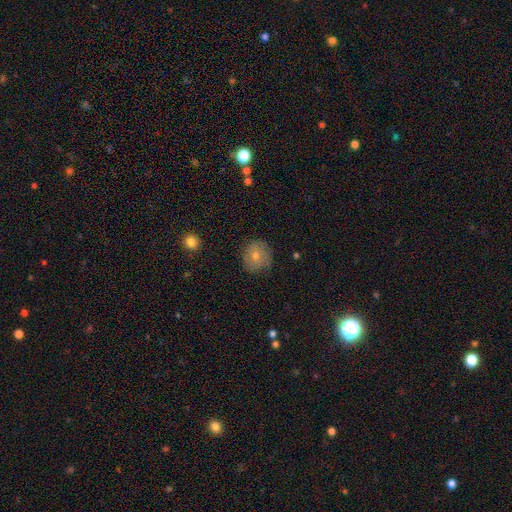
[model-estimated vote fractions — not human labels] smooth-or-featured: smooth: 49% | featured or disk: 34% | star or artifact: 17%
  merging: none: 82% | minor disturbance: 13% | major disturbance: 4% | merger: 1%